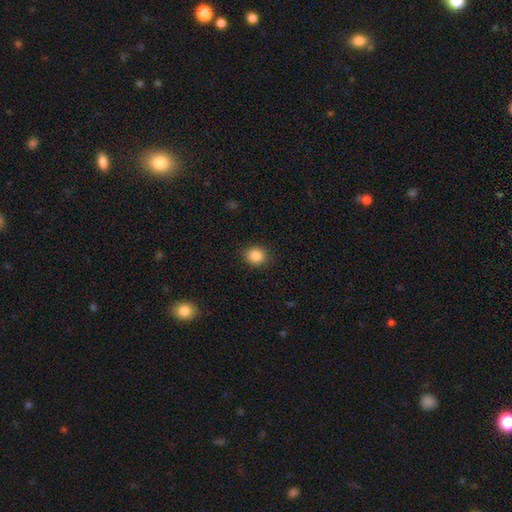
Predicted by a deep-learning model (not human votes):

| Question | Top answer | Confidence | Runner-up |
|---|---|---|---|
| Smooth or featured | smooth | 86% | star or artifact (10%) |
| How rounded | round | 77% | in between (22%) |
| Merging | none | 88% | minor disturbance (8%) |